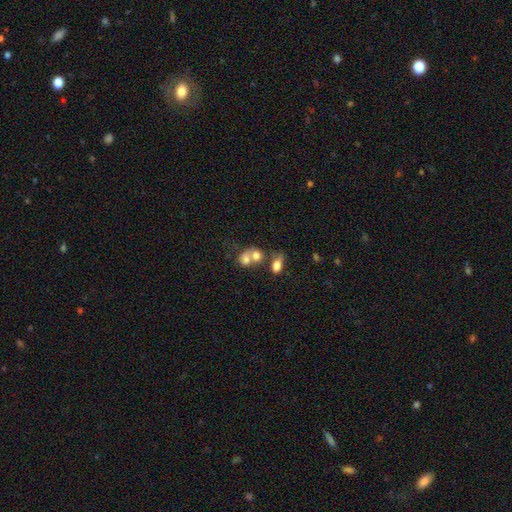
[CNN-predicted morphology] The model was most divided on "how rounded": in between: 54%, round: 44%, cigar-shaped: 2%. More confident: smooth or featured — smooth (70%); merging — merger (63%).